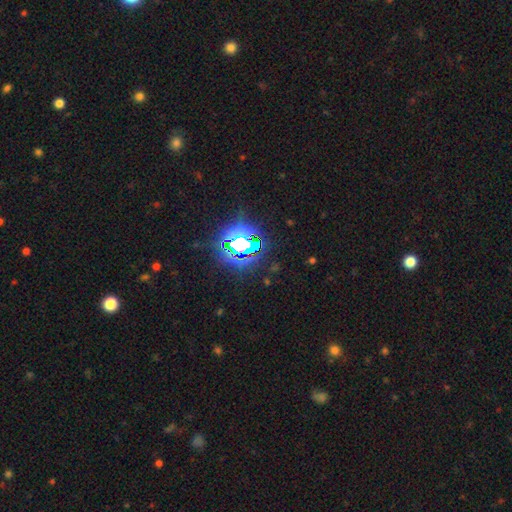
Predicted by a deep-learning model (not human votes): smooth-or-featured: star or artifact: 79% | smooth: 13% | featured or disk: 8%